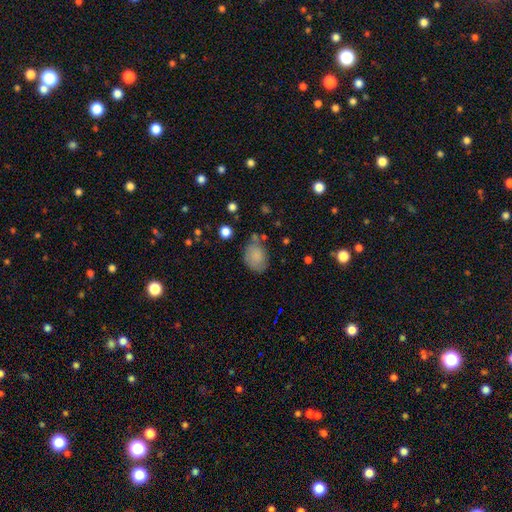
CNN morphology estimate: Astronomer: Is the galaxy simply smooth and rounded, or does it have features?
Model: smooth — 84%.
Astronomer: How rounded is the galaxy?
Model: in between — 73%.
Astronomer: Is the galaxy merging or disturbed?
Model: none — 65%.